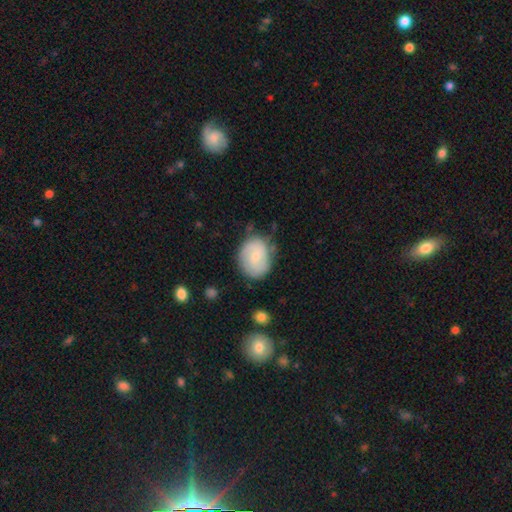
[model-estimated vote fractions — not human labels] Overall: smooth (47%; featured or disk 46%). Merging: none (70%).